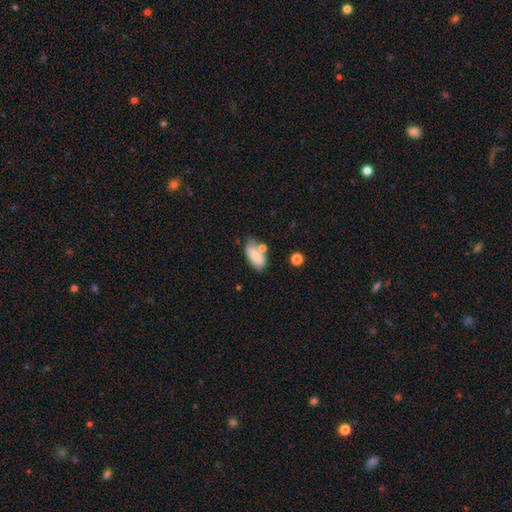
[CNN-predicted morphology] Smooth or featured? smooth (77%)
How rounded? in between (91%)
Merging? none (56%)